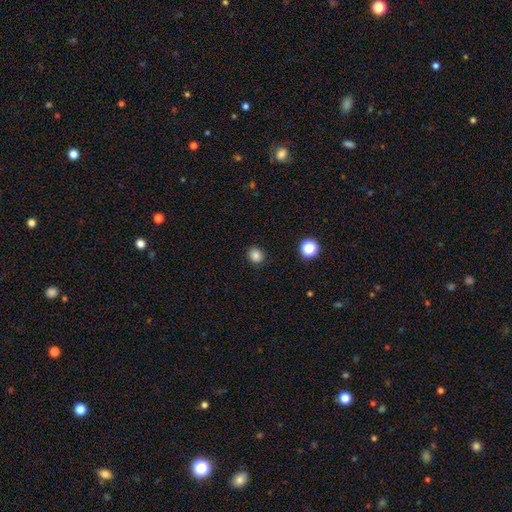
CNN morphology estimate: The model was most divided on "how rounded": round: 78%, in between: 21%, cigar-shaped: 1%. More confident: merging — none (89%); smooth or featured — smooth (83%).